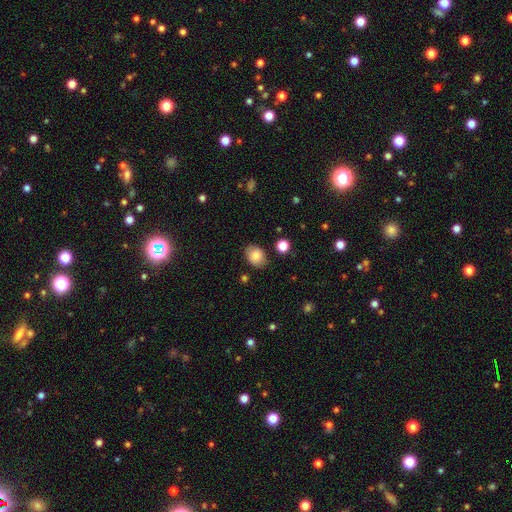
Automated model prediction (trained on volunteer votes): smooth 81%, featured or disk 10%, star or artifact 9%. Down the decision tree: how rounded — in between (64%); merging — none (82%).